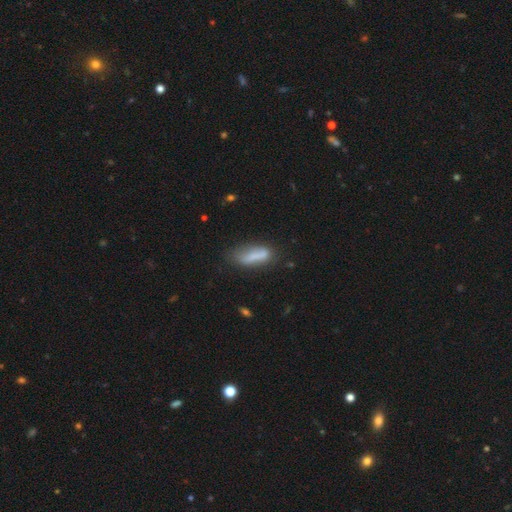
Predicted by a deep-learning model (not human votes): Smooth or featured? Predicted: smooth (p=0.71). How rounded? Predicted: cigar-shaped (p=0.53). Merging? Predicted: none (p=0.54).